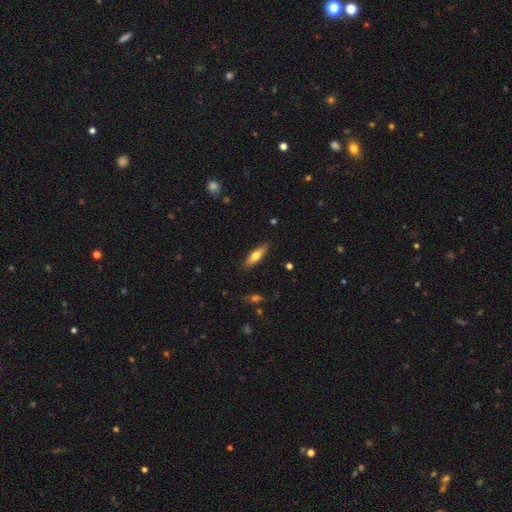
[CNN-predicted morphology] This appears to be a smooth galaxy with no disk features (56%) that is cigar-shaped (57%). Merging: none (88%).